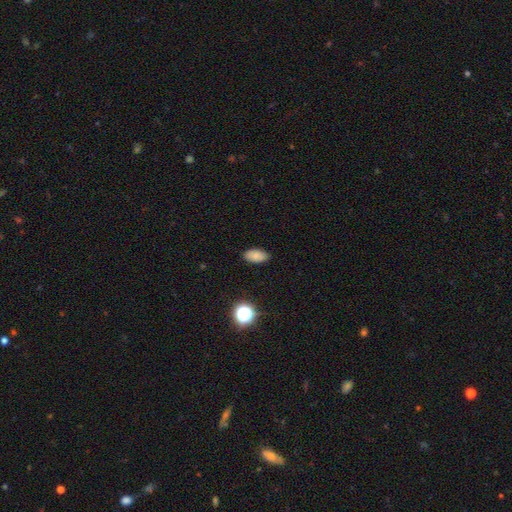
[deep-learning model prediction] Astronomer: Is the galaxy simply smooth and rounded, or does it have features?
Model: smooth — 83%.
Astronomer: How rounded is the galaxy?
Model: in between — 92%.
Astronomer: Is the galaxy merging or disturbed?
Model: none — 87%.